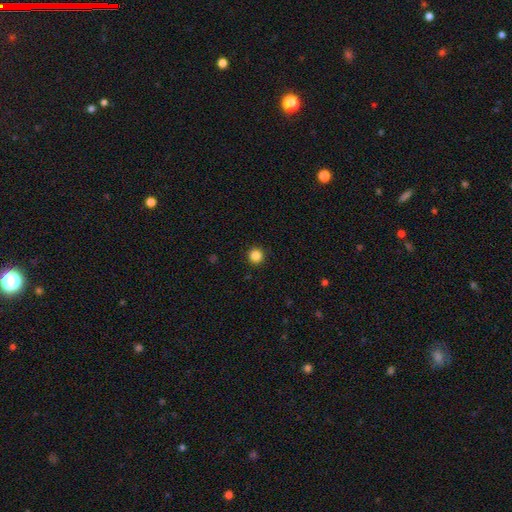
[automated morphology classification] Smooth or featured? Predicted: smooth (p=0.86). How rounded? Predicted: round (p=0.95). Merging? Predicted: none (p=0.93).